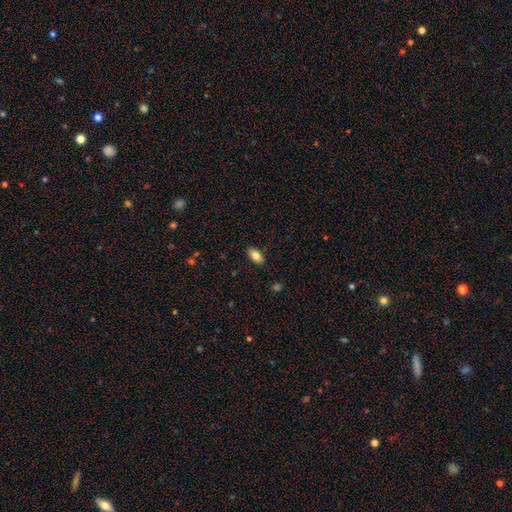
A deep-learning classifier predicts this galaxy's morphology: smooth-or-featured: smooth: 81% | featured or disk: 12% | star or artifact: 8%
  how-rounded: in between: 92% | round: 4% | cigar-shaped: 4%
  merging: none: 88% | minor disturbance: 9% | major disturbance: 2% | merger: 1%